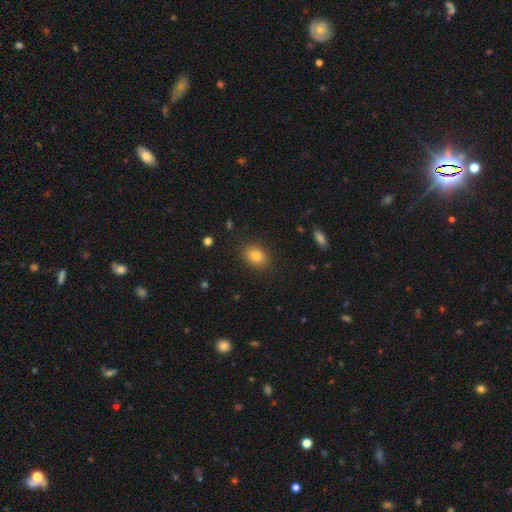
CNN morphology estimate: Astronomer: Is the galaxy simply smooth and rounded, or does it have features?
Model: smooth — 83%.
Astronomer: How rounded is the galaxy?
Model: in between — 57% (runner-up: round, 42%).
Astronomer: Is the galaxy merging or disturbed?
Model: none — 87%.